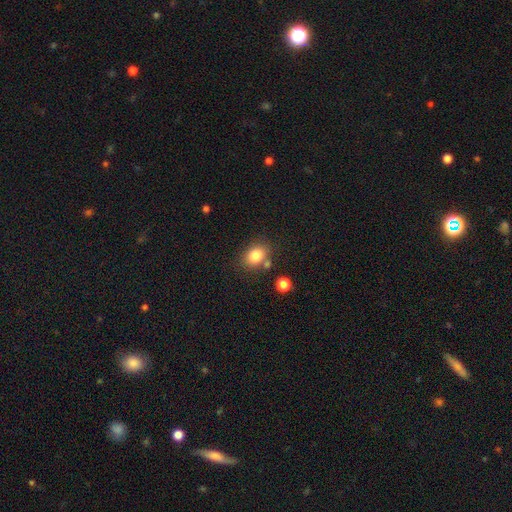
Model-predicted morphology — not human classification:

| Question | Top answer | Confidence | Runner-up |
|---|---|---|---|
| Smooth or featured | smooth | 81% | star or artifact (10%) |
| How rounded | in between | 60% | round (39%) |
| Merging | none | 70% | minor disturbance (13%) |